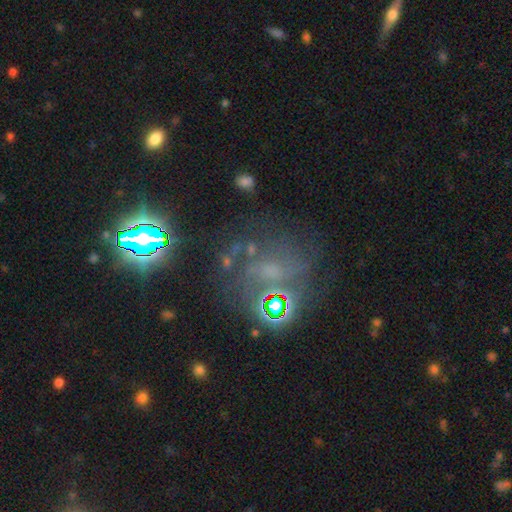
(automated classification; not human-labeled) smooth_or_featured: star or artifact (p=0.47) [alt: featured or disk p=0.34]